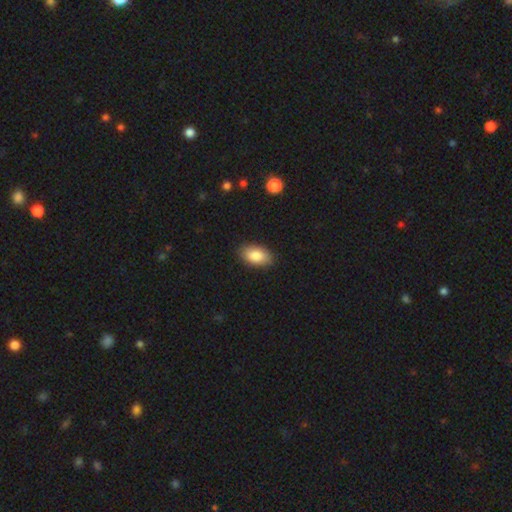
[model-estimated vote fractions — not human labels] Smooth or featured? Predicted: smooth (p=0.85). How rounded? Predicted: in between (p=0.93). Merging? Predicted: none (p=0.86).